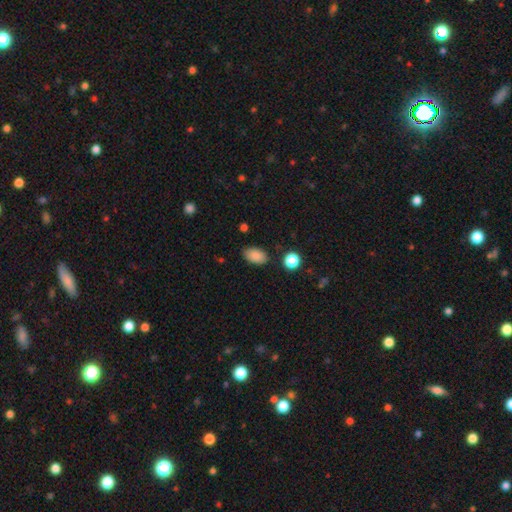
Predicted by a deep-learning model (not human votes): This appears to be a smooth galaxy with no disk features (87%) that is in between round and cigar-shaped (91%). Merging: none (83%).